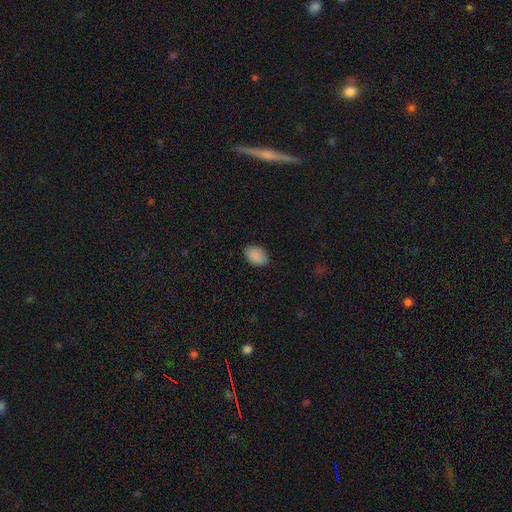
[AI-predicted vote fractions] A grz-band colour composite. It shows a smooth galaxy with no disk features (89%) that is in between round and cigar-shaped (86%). Merging: none (86%).